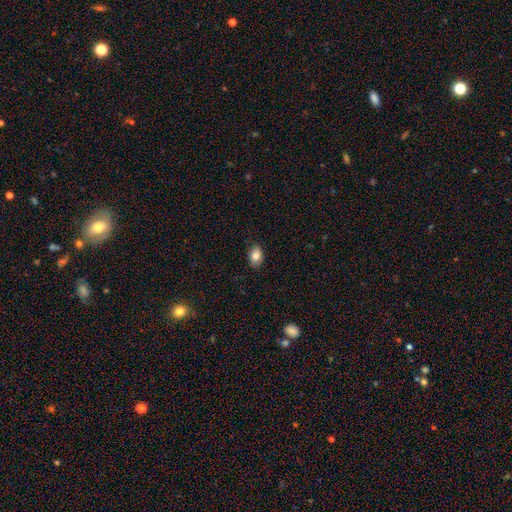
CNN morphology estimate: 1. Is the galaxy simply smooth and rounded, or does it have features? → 83% smooth, 9% featured or disk, 8% star or artifact.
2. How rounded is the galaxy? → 83% in between, 15% round, 1% cigar-shaped.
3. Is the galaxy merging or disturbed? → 87% none, 10% minor disturbance, 2% major disturbance, 1% merger.